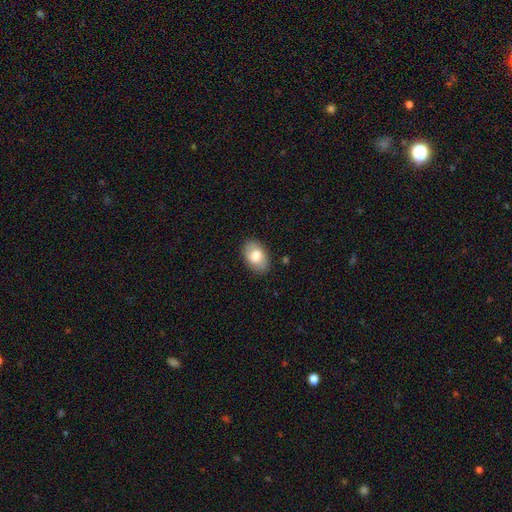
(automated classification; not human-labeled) smooth-or-featured: smooth: 76% | featured or disk: 17% | star or artifact: 7%
  how-rounded: in between: 89% | round: 10% | cigar-shaped: 1%
  merging: none: 85% | minor disturbance: 11% | major disturbance: 3% | merger: 1%